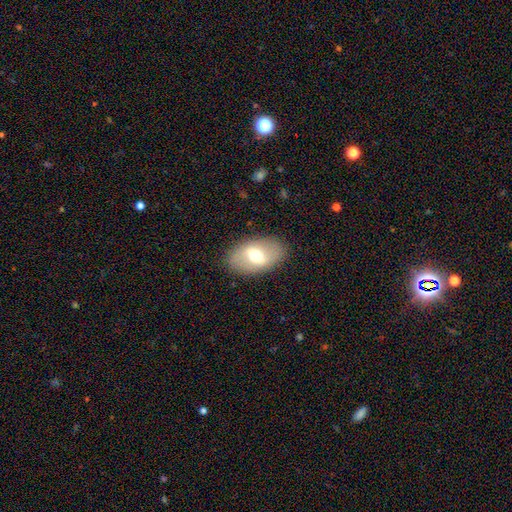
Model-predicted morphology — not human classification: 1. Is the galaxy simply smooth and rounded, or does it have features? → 50% smooth, 43% featured or disk, 7% star or artifact.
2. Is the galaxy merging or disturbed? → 86% none, 10% minor disturbance, 4% major disturbance, 1% merger.